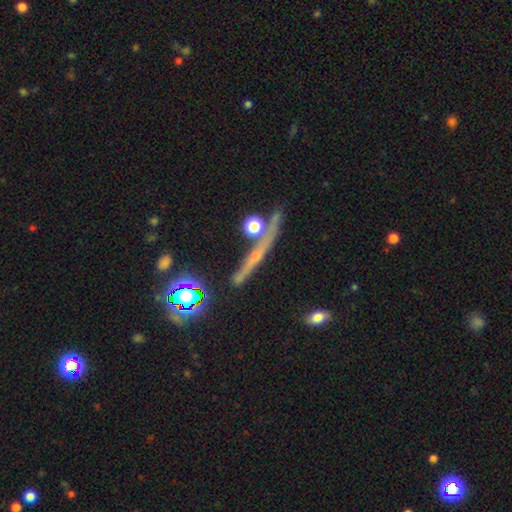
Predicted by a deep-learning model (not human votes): Q: Smooth or featured?
A: featured or disk (51%); runner-up: smooth (25%)
Q: Edge-on disk?
A: yes (87%); runner-up: no (13%)
Q: Merging?
A: none (69%); runner-up: minor disturbance (13%)